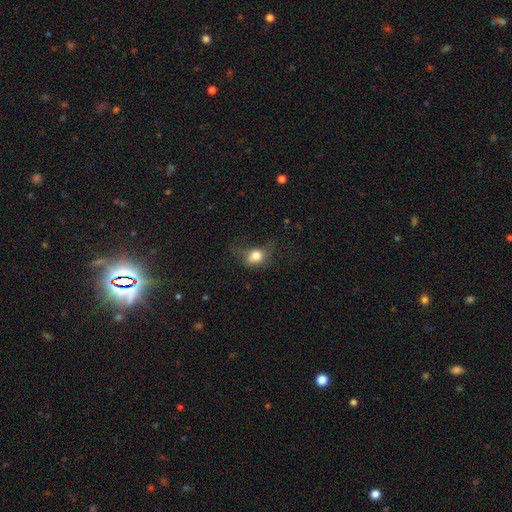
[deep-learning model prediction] smooth 77%, featured or disk 12%, star or artifact 11%. Down the decision tree: how rounded — in between (56%); merging — none (43%).